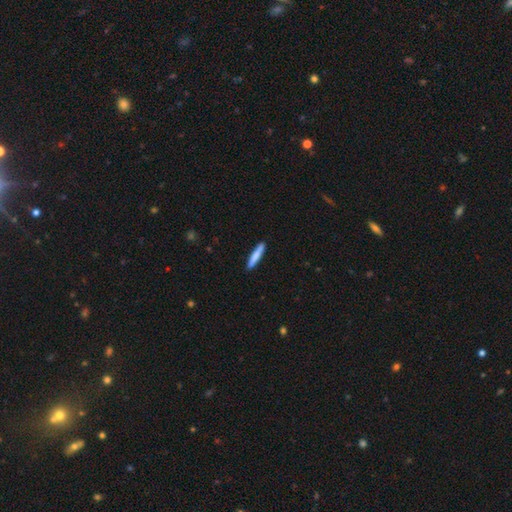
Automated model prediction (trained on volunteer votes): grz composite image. It shows a smooth galaxy with no disk features (79%) that is cigar-shaped (93%). Merging: none (90%).